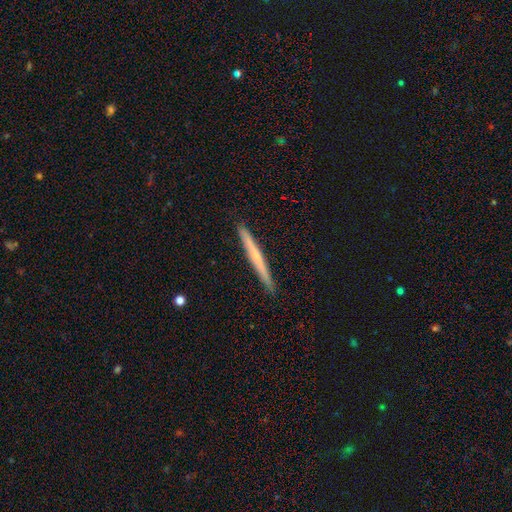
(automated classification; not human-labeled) Morphology: type=featured or disk (56%); edge-on=yes (97%); edge-on bulge=none (50%); merging=none (92%).